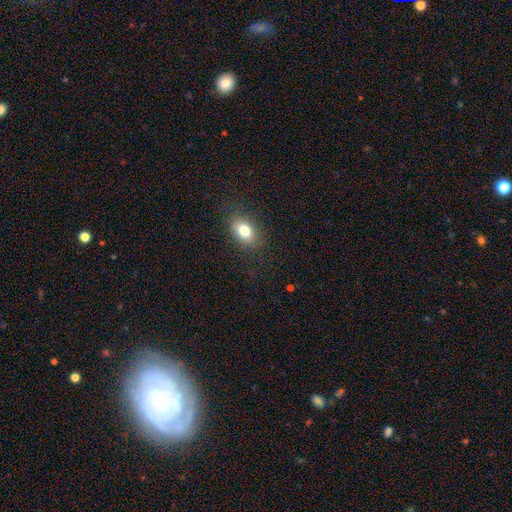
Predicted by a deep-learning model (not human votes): featured or disk 51%, smooth 30%, star or artifact 18%. Down the decision tree: edge-on disk — no (93%); merging — none (82%).